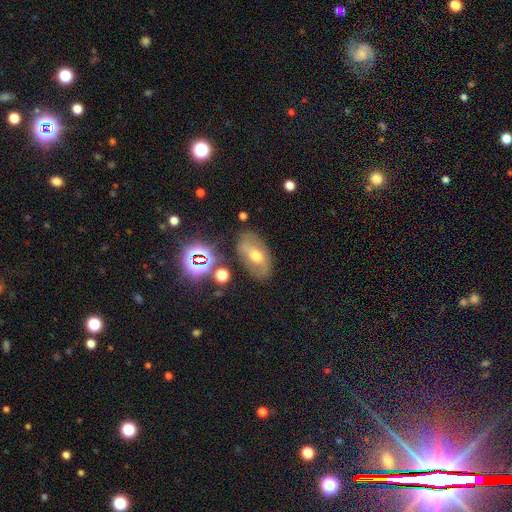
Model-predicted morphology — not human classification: This appears to be a featured or disk galaxy (46%). Merging: none (71%).